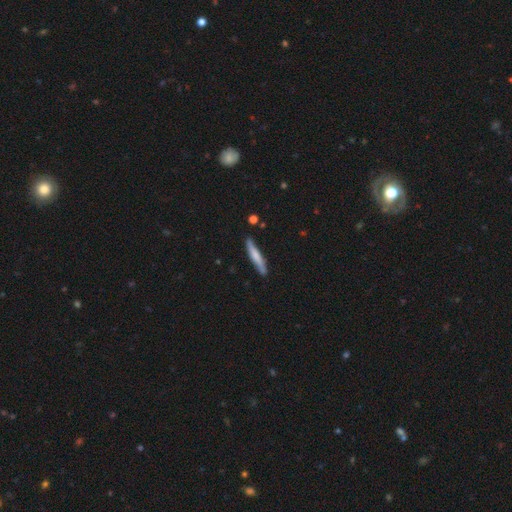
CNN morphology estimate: smooth-or-featured: smooth: 62% | featured or disk: 33% | star or artifact: 5%
  how-rounded: cigar-shaped: 93% | in between: 6% | round: 1%
  merging: none: 82% | minor disturbance: 13% | merger: 2% | major disturbance: 2%